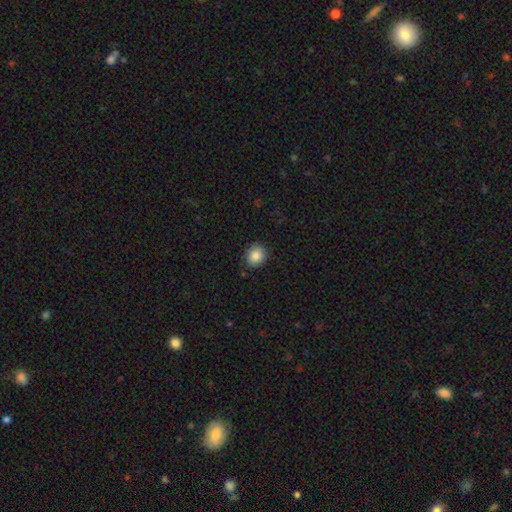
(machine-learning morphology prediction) This is clearly a smooth galaxy (87%). How rounded: likely round (72%). Merging: clearly none (85%).